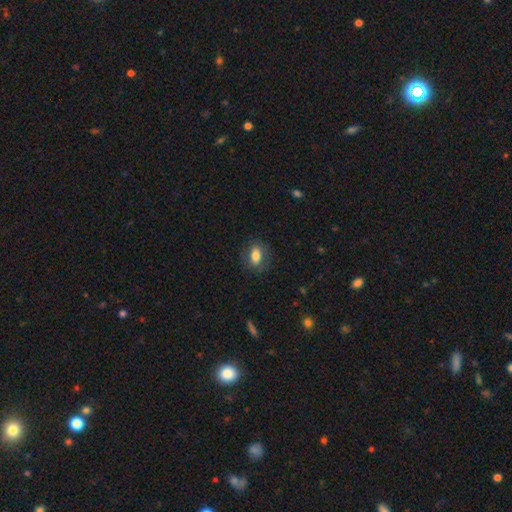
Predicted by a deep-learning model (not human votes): This is likely a smooth galaxy (76%). How rounded: clearly in between (83%). Merging: likely none (79%).